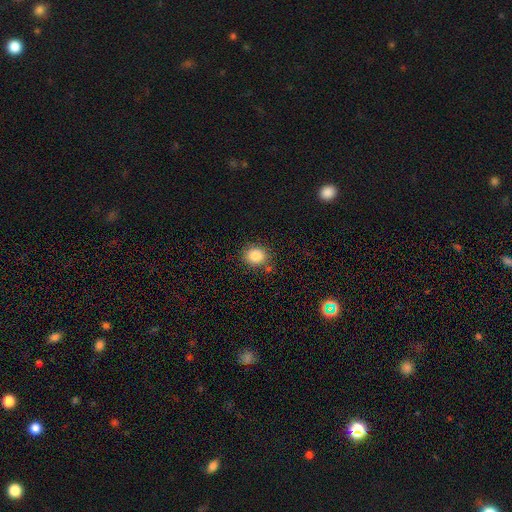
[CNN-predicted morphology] A smooth galaxy with no disk features (83%) that is round (71%).

Vote fractions:
- Smooth or featured? smooth: 83% / star or artifact: 10% / featured or disk: 6%
- How rounded? round: 71% / in between: 28% / cigar-shaped: 1%
- Merging? none: 82% / minor disturbance: 11% / merger: 5% / major disturbance: 3%